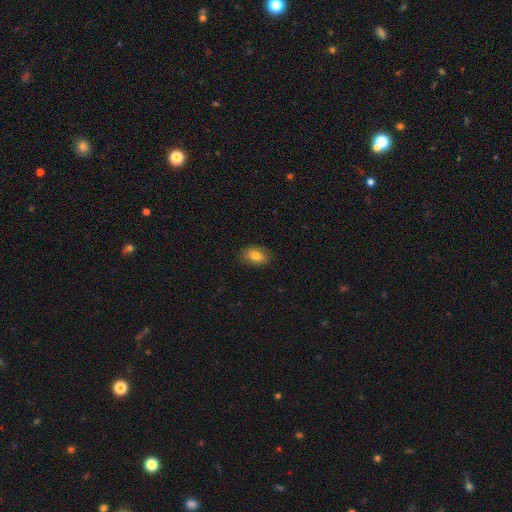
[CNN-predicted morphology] Q: Smooth or featured?
A: smooth (80%); runner-up: featured or disk (12%)
Q: How rounded?
A: in between (86%); runner-up: round (12%)
Q: Merging?
A: none (85%); runner-up: minor disturbance (11%)